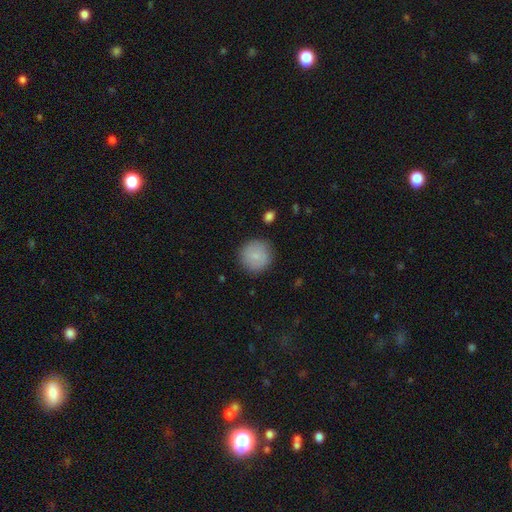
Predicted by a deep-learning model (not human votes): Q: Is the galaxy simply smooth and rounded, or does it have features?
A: smooth — 83%.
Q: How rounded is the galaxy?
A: round — 94%.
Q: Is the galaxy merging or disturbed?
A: none — 86%.